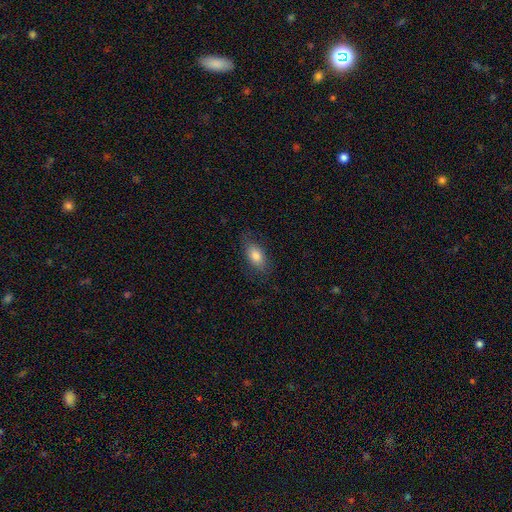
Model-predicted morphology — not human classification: This appears to be a smooth galaxy with no disk features (81%) that is in between round and cigar-shaped (87%). Merging: none (79%).